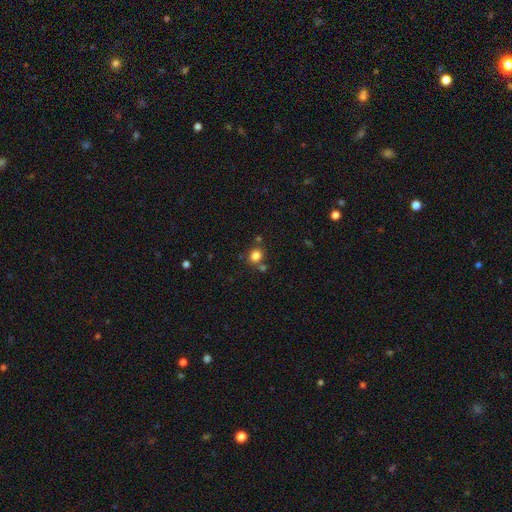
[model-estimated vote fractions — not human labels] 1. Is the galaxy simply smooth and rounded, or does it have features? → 82% smooth, 13% star or artifact, 6% featured or disk.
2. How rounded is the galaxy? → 78% round, 21% in between, 1% cigar-shaped.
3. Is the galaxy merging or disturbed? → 71% none, 15% merger, 10% minor disturbance, 4% major disturbance.